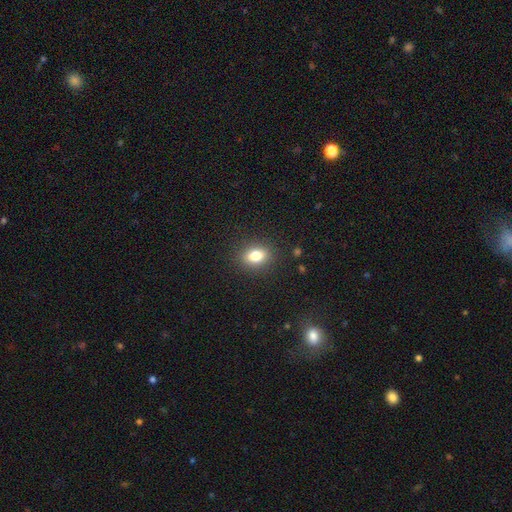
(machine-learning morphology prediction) This appears to be a smooth galaxy with no disk features (80%) that is in between round and cigar-shaped (68%). Merging: none (88%).